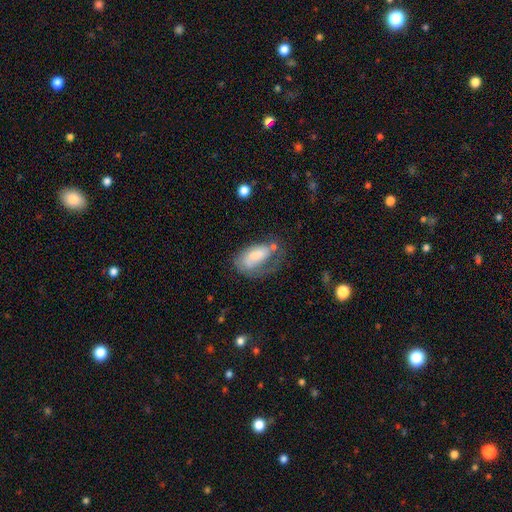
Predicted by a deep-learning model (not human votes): The model was most divided on "merging": major disturbance: 34%, none: 33%, minor disturbance: 26%, merger: 7%. More confident: how rounded — in between (90%); smooth or featured — smooth (55%).